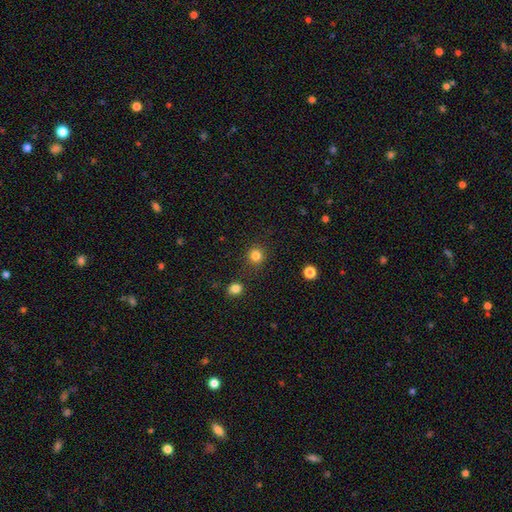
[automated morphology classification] This is clearly a smooth galaxy (83%). How rounded: clearly round (92%). Merging: clearly none (87%).